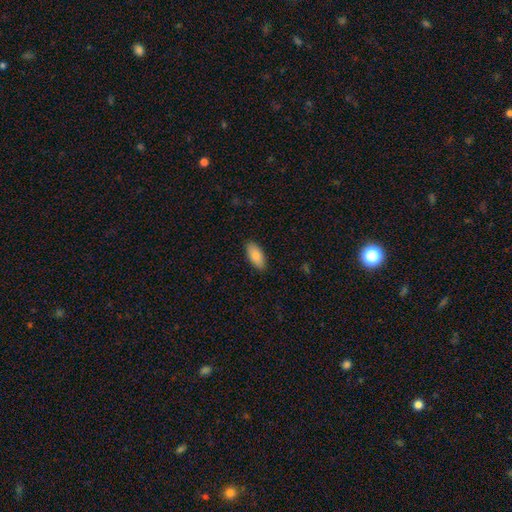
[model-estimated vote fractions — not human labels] Smooth or featured? smooth (85%)
How rounded? in between (91%)
Merging? none (88%)